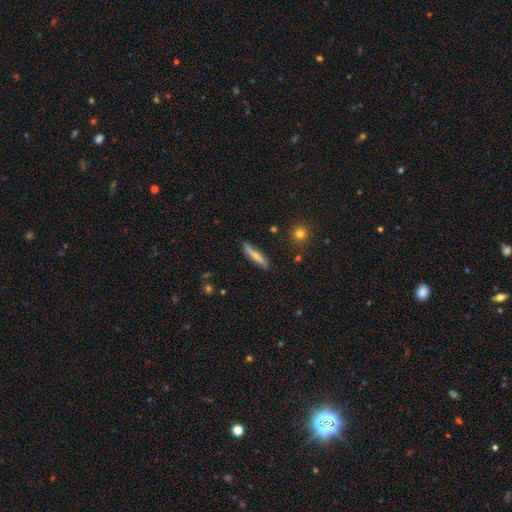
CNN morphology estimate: Overall: smooth (60%; featured or disk 34%). How rounded: cigar-shaped (88%). Merging: none (84%).